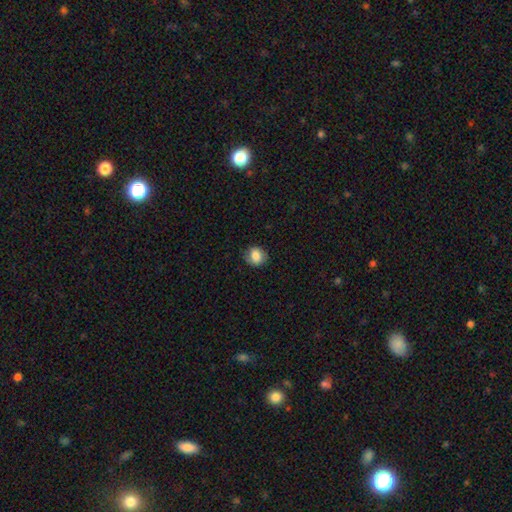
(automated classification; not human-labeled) Morphology: type=smooth (78%); roundness=round (66%); merging=none (78%).